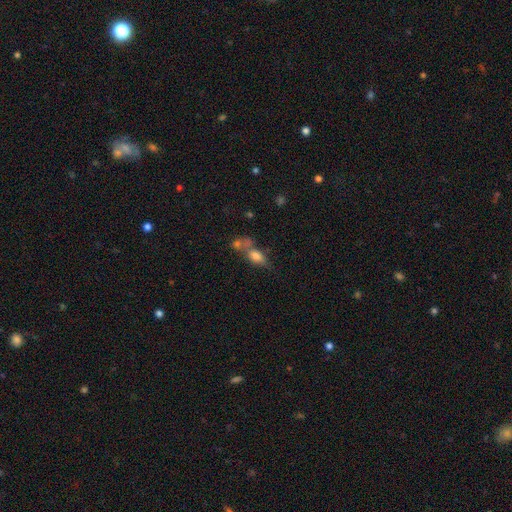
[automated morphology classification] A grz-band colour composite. It shows a smooth galaxy with no disk features (71%) that is in between round and cigar-shaped (80%). Merging: merger (46%).